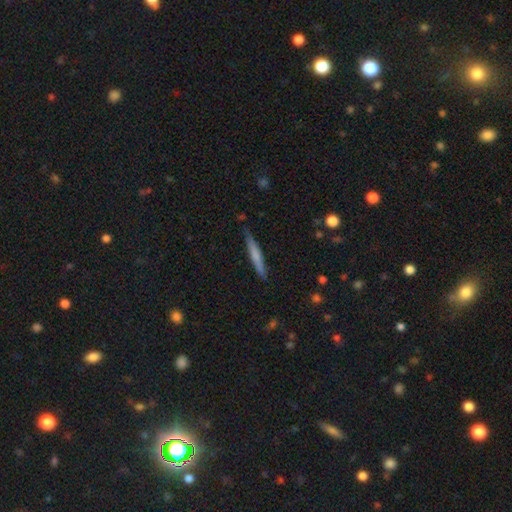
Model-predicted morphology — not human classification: Smooth or featured? smooth (61%)
How rounded? cigar-shaped (95%)
Merging? none (86%)